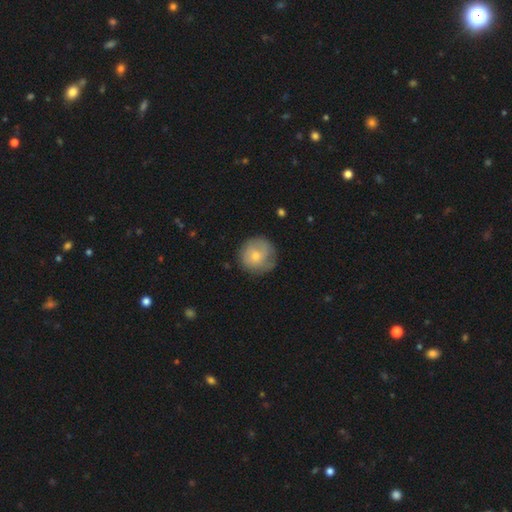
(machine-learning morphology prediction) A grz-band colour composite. It shows a smooth galaxy with no disk features (66%) that is round (93%). Merging: none (73%).